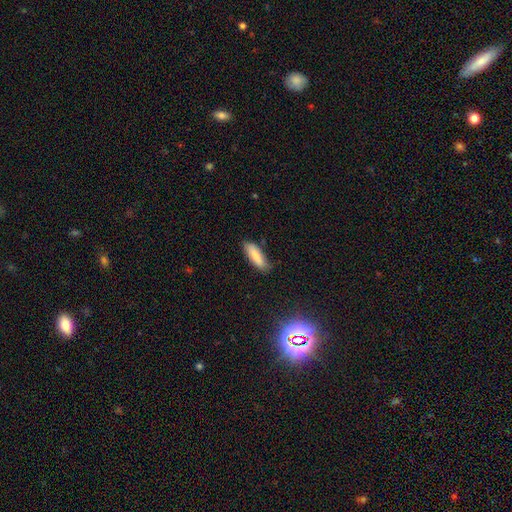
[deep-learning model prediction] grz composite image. It shows a smooth galaxy with no disk features (82%) that is in between round and cigar-shaped (52%). Merging: none (79%).